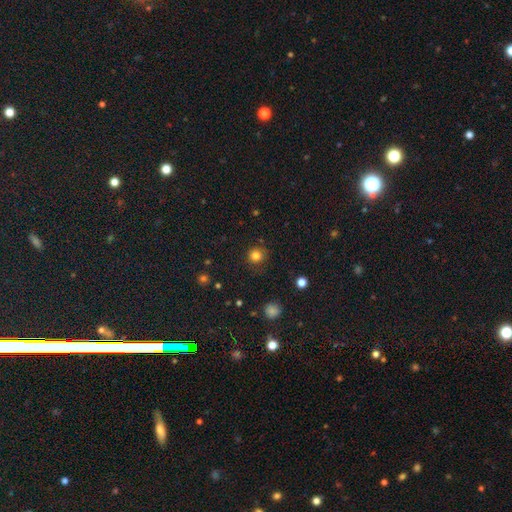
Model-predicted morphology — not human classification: smooth 81%, star or artifact 14%, featured or disk 5%. Down the decision tree: how rounded — round (91%); merging — none (86%).